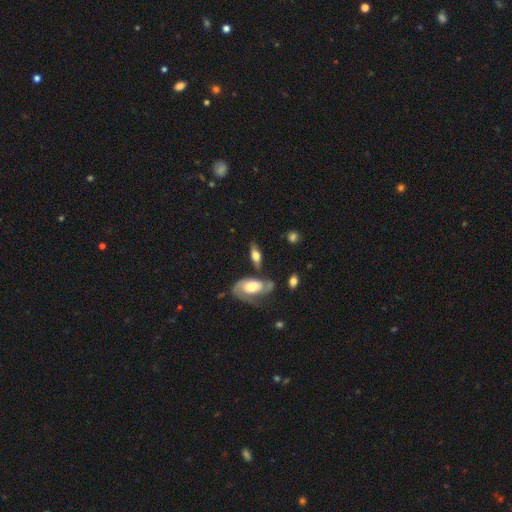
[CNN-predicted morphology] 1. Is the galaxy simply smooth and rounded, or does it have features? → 48% smooth, 44% featured or disk, 8% star or artifact.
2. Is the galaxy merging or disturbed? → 60% none, 19% minor disturbance, 13% merger, 9% major disturbance.